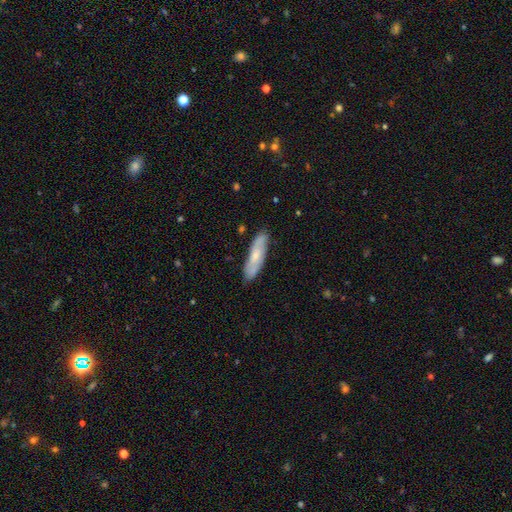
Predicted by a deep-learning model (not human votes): smooth 53%, featured or disk 41%, star or artifact 6%. Down the decision tree: how rounded — cigar-shaped (68%); merging — none (84%).